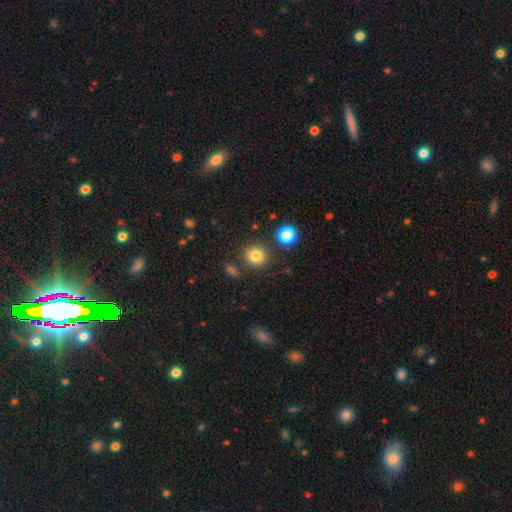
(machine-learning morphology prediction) Q: Smooth or featured?
A: smooth (82%); runner-up: star or artifact (12%)
Q: How rounded?
A: round (81%); runner-up: in between (18%)
Q: Merging?
A: none (82%); runner-up: minor disturbance (9%)